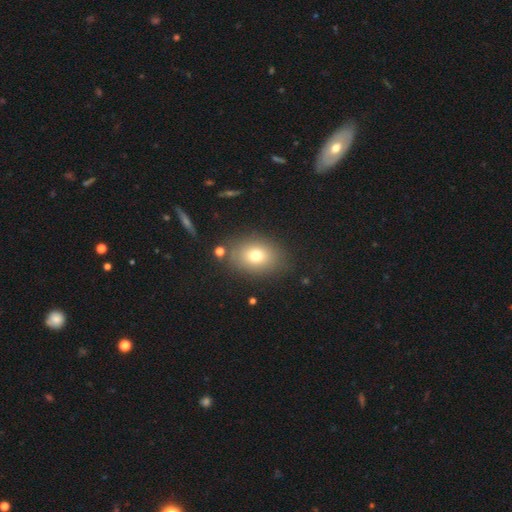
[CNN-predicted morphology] The model was most divided on "how rounded": in between: 64%, round: 35%, cigar-shaped: 1%. More confident: merging — none (81%); smooth or featured — smooth (73%).